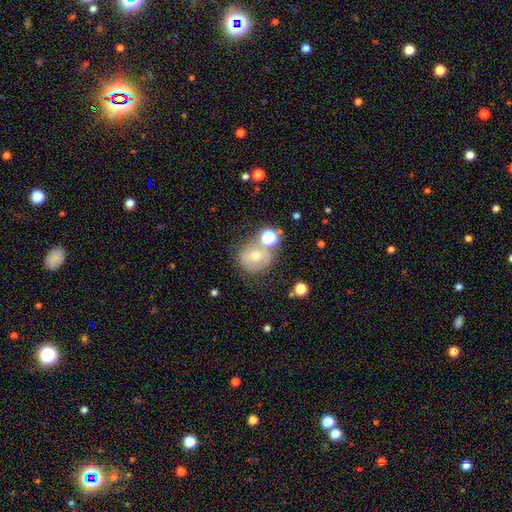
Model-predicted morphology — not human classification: Smooth or featured: smooth — 45% (featured or disk — 37%)
Merging: none — 56% (merger — 22%)